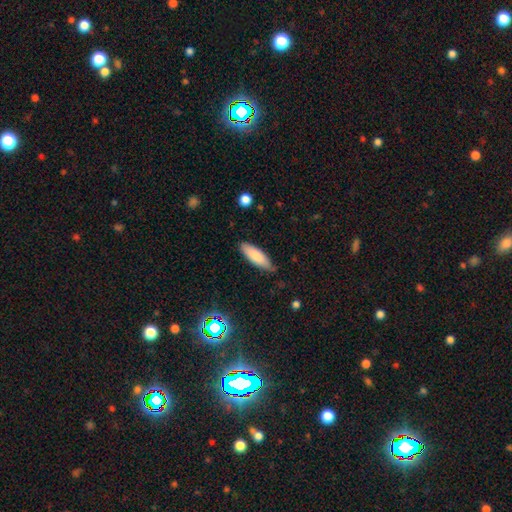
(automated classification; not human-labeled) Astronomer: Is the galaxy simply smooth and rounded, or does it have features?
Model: smooth — 82%.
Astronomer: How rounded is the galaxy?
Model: in between — 57% (runner-up: cigar-shaped, 42%).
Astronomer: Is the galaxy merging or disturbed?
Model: none — 78%.